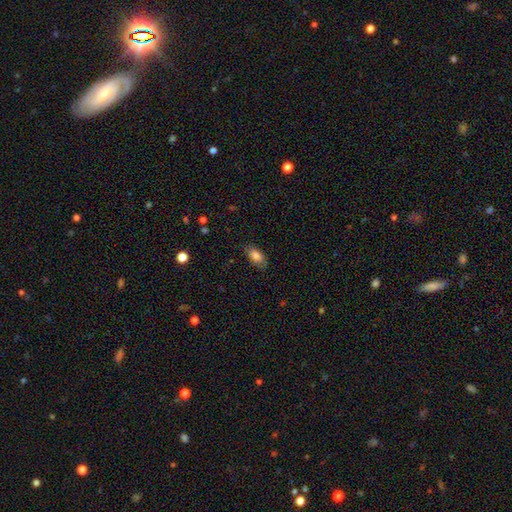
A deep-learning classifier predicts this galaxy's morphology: Smooth or featured? smooth (83%)
How rounded? in between (91%)
Merging? none (78%)